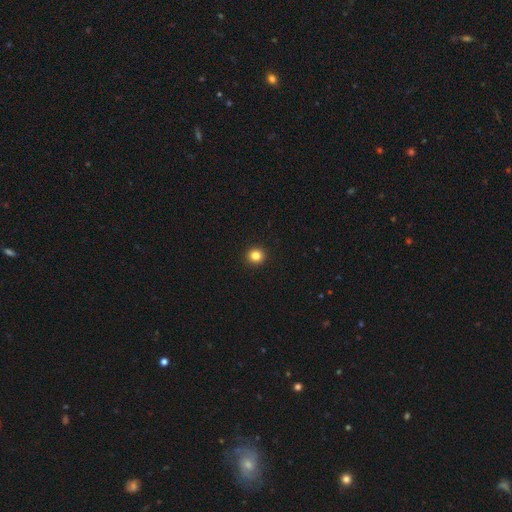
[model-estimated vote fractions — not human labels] A smooth galaxy with no disk features (83%) that is round (94%).

Vote fractions:
- Smooth or featured? smooth: 83% / star or artifact: 12% / featured or disk: 4%
- How rounded? round: 94% / in between: 5% / cigar-shaped: 1%
- Merging? none: 94% / minor disturbance: 4% / major disturbance: 1% / merger: 1%